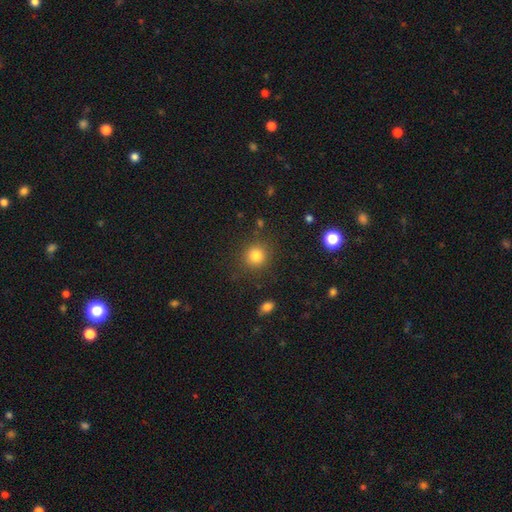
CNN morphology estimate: This is clearly a smooth galaxy (82%). How rounded: clearly round (90%). Merging: clearly none (86%).